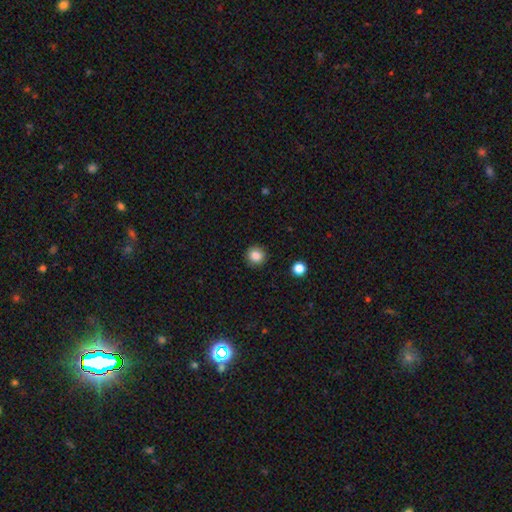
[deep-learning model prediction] A smooth galaxy with no disk features (85%) that is round (93%).

Vote fractions:
- Smooth or featured? smooth: 85% / star or artifact: 10% / featured or disk: 5%
- How rounded? round: 93% / in between: 6% / cigar-shaped: 1%
- Merging? none: 91% / minor disturbance: 6% / major disturbance: 2% / merger: 1%